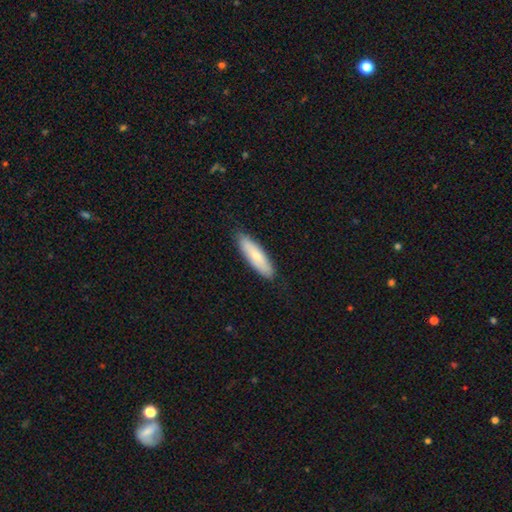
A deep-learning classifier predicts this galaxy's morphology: smooth-or-featured: smooth: 74% | featured or disk: 21% | star or artifact: 5%
  how-rounded: cigar-shaped: 65% | in between: 34% | round: 2%
  merging: none: 87% | minor disturbance: 11% | major disturbance: 2% | merger: 1%